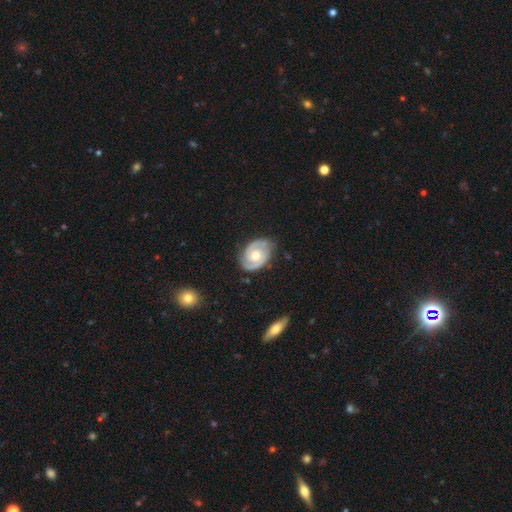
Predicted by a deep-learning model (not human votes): This appears to be a featured or disk galaxy (88%) with no bar (65%), 2 (92%) tight (54%) spiral arms (97%) and a moderate central bulge (71%). Merging: none (80%).